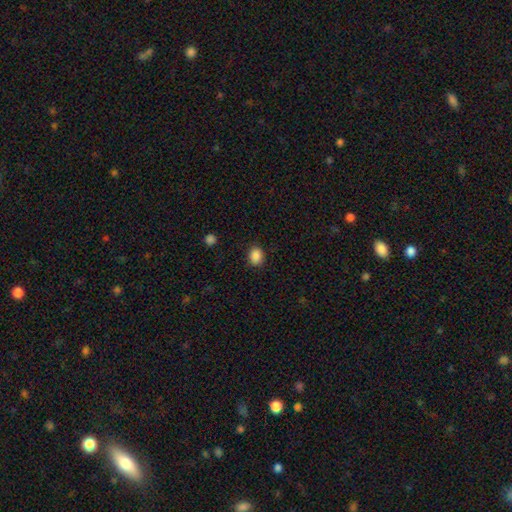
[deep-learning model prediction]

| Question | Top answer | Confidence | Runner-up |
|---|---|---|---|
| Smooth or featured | smooth | 88% | star or artifact (9%) |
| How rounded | round | 54% | in between (45%) |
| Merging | none | 87% | minor disturbance (9%) |